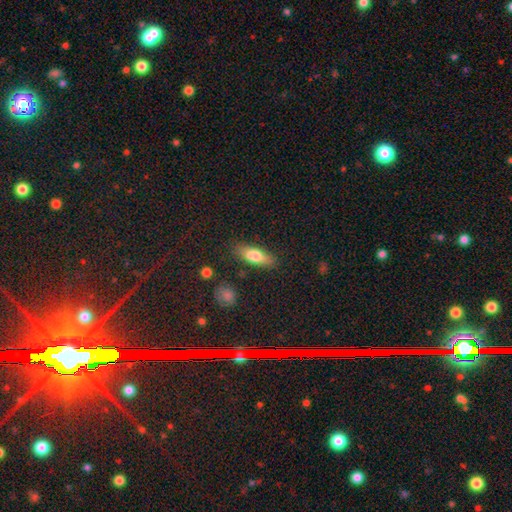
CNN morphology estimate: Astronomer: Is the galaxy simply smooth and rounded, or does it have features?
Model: smooth — 73%.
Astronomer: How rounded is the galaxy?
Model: in between — 61%.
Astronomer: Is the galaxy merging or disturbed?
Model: none — 75%.